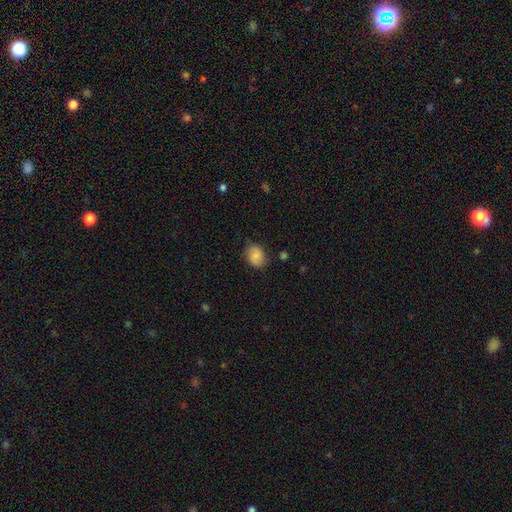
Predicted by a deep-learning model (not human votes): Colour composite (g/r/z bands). It shows a smooth galaxy with no disk features (82%) that is in between round and cigar-shaped (53%). Merging: none (73%).